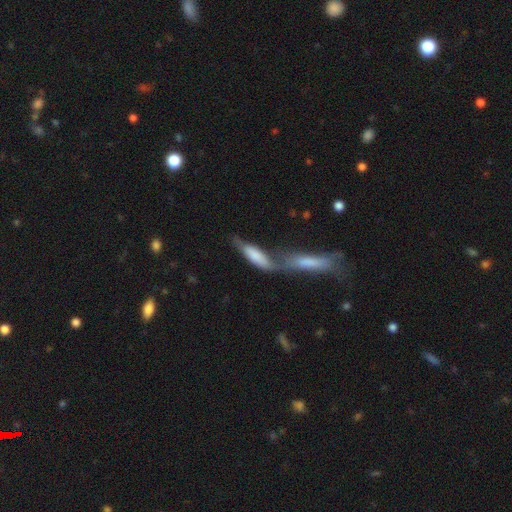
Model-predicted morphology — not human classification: smooth_or_featured: smooth (p=0.65) [alt: featured or disk p=0.28]
how_rounded: cigar-shaped (p=0.50) [alt: in between p=0.48]
merging: merger (p=0.62) [alt: none p=0.17]